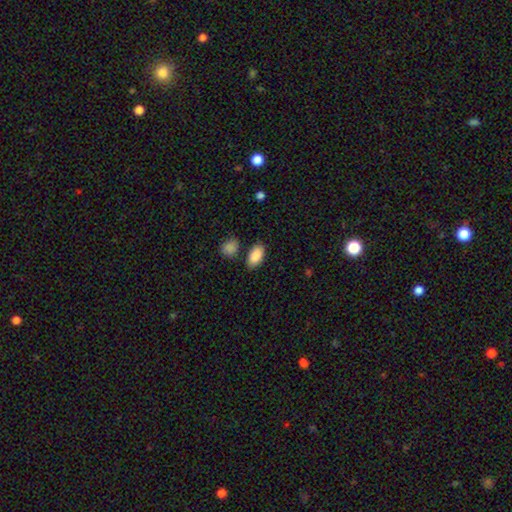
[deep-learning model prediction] This appears to be a smooth galaxy with no disk features (89%) that is in between round and cigar-shaped (93%). Merging: none (76%).